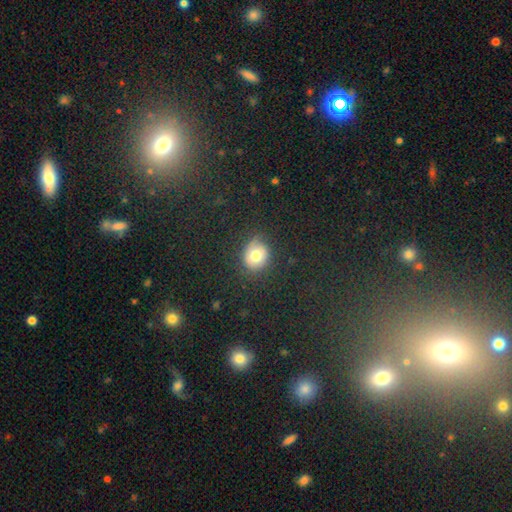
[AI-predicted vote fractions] Smooth or featured?
  - smooth: 74% *
  - star or artifact: 15%
  - featured or disk: 11%
How rounded?
  - round: 70% *
  - in between: 29%
  - cigar-shaped: 1%
Merging?
  - none: 76% *
  - minor disturbance: 16%
  - major disturbance: 6%
  - merger: 2%